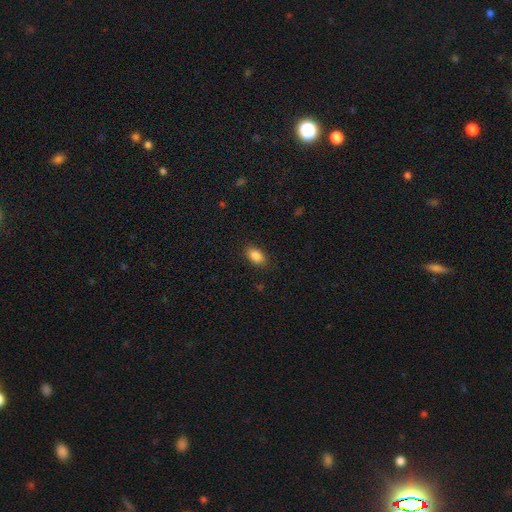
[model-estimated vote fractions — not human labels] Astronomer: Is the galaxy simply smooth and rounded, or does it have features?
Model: smooth — 87%.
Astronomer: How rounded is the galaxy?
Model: in between — 91%.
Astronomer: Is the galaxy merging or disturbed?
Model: none — 87%.